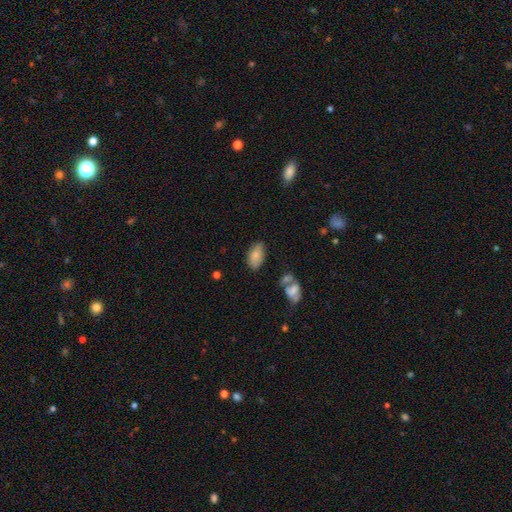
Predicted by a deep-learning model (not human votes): A smooth galaxy with no disk features (81%) that is in between round and cigar-shaped (93%). Merging: none (70%).